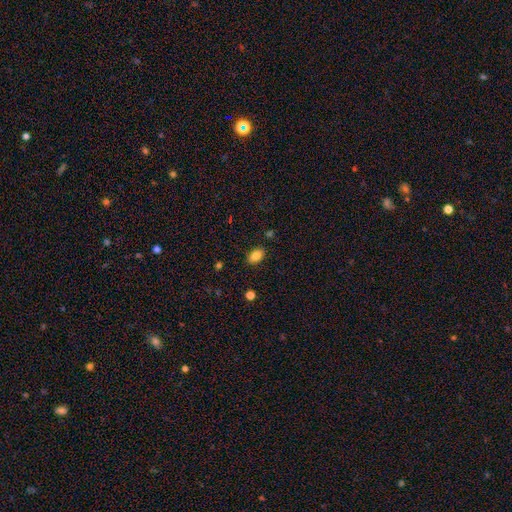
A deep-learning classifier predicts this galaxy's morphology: Overall: smooth (84%). How rounded: in between (90%). Merging: none (86%).